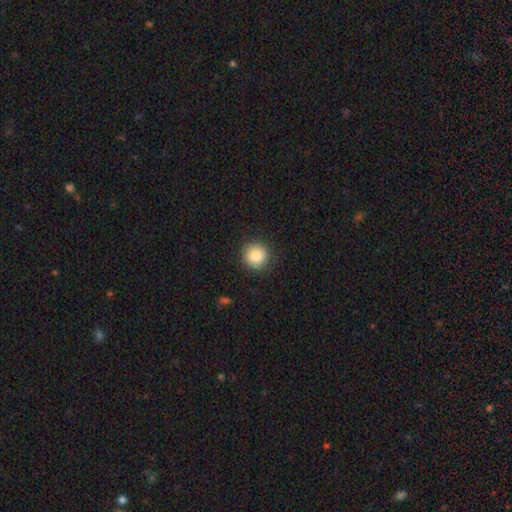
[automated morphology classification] Smooth or featured: smooth — 85% (star or artifact — 9%)
How rounded: round — 94% (in between — 5%)
Merging: none — 90% (minor disturbance — 6%)